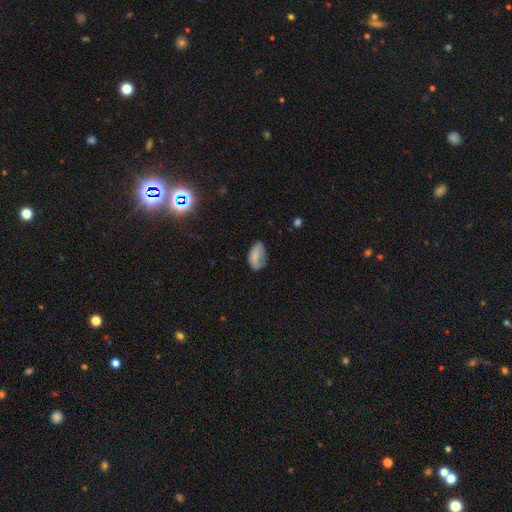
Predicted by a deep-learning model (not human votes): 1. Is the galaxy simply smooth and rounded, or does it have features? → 76% smooth, 16% featured or disk, 9% star or artifact.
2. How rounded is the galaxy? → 91% in between, 6% round, 2% cigar-shaped.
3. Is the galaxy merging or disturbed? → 45% none, 36% minor disturbance, 17% major disturbance, 2% merger.